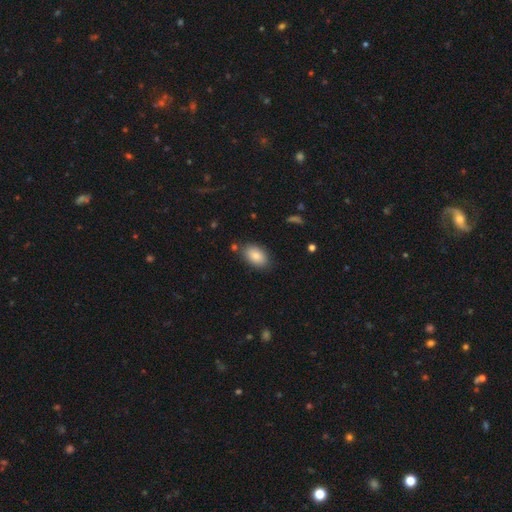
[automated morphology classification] smooth 83%, featured or disk 9%, star or artifact 8%. Down the decision tree: how rounded — in between (90%); merging — none (81%).